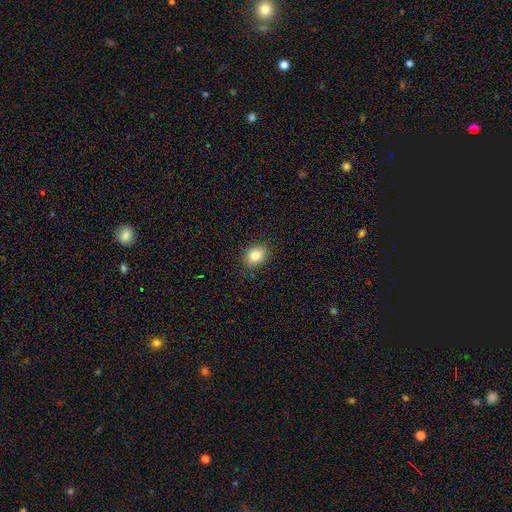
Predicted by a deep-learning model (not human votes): Overall: smooth (83%). How rounded: in between (55%; round 44%). Merging: none (86%).